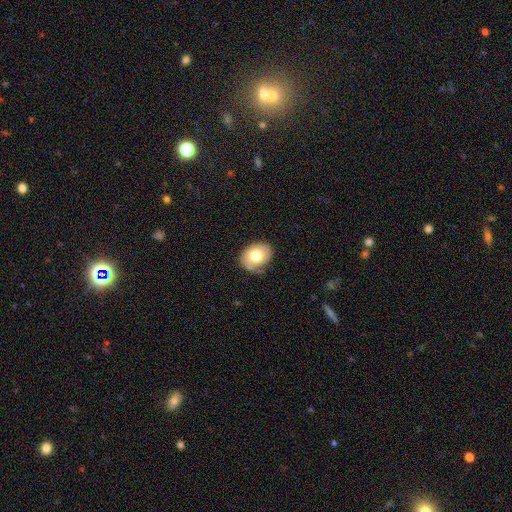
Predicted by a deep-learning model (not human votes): This is likely a smooth galaxy (71%). How rounded: possibly in between (53%). Merging: likely none (67%).